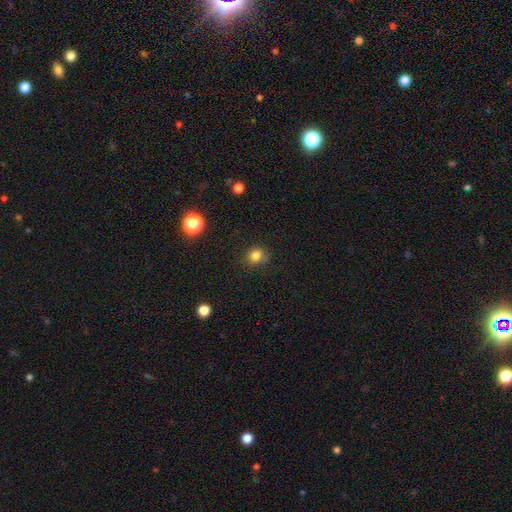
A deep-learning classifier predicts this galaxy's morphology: Smooth or featured?
  - smooth: 82% *
  - star or artifact: 13%
  - featured or disk: 5%
How rounded?
  - round: 79% *
  - in between: 20%
  - cigar-shaped: 1%
Merging?
  - none: 80% *
  - minor disturbance: 14%
  - major disturbance: 4%
  - merger: 2%